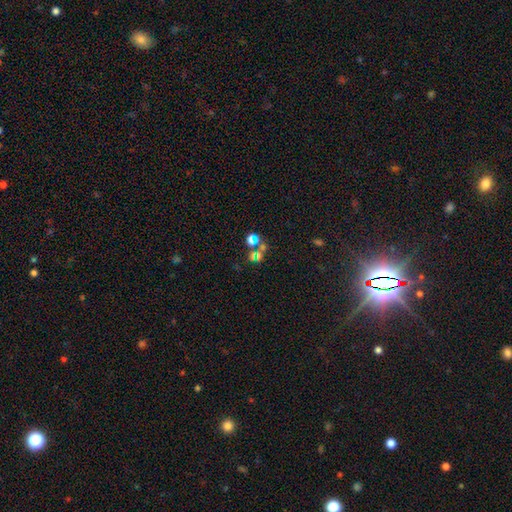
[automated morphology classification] This appears to be a star or artifact, not a galaxy (48%).